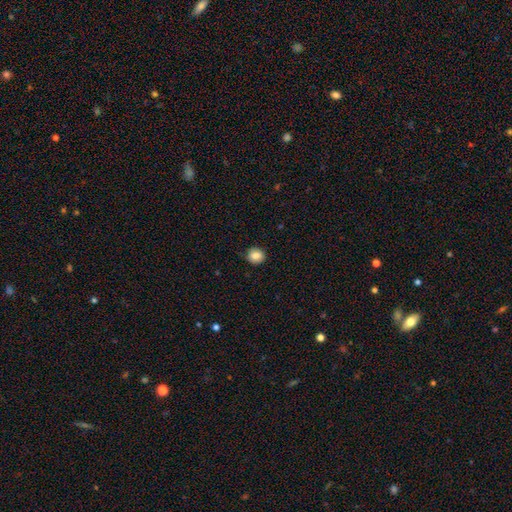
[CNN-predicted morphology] smooth_or_featured: smooth (p=0.84) [alt: star or artifact p=0.09]
how_rounded: round (p=0.85) [alt: in between p=0.14]
merging: none (p=0.88) [alt: minor disturbance p=0.09]